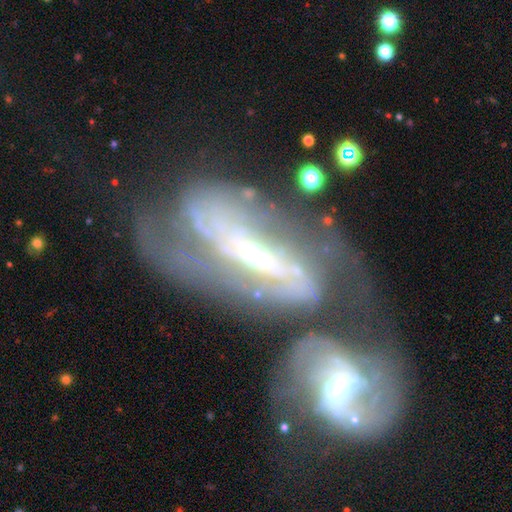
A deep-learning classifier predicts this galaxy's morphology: smooth-or-featured: featured or disk: 88% | smooth: 7% | star or artifact: 6%
  disk-edge-on: no: 93% | yes: 7%
    bar: strong: 45% | weak: 33% | no: 22%
    has-spiral-arms: yes: 93% | no: 7%
      spiral-winding: medium: 41% | tight: 35% | loose: 24%
      spiral-arm-count: 2: 62% | can't tell: 21% | 3: 7% | 1: 4% | 4: 3% | more than 4: 3%
    bulge-size: small: 59% | moderate: 35% | large: 2% | none: 2% | dominant: 1%
  merging: merger: 62% | none: 16% | major disturbance: 13% | minor disturbance: 9%